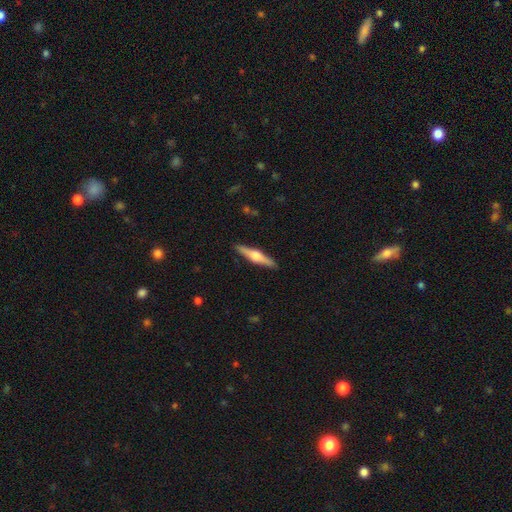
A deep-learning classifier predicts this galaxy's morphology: featured or disk 65%, smooth 30%, star or artifact 5%. Down the decision tree: edge-on disk — yes (97%); edge-on bulge — rounded (89%); merging — none (90%).